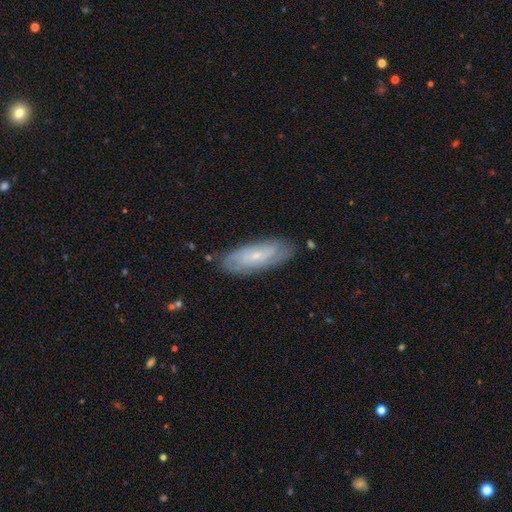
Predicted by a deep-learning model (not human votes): smooth-or-featured: featured or disk: 63% | smooth: 30% | star or artifact: 7%
  disk-edge-on: no: 82% | yes: 18%
    bar: no: 62% | weak: 30% | strong: 7%
    has-spiral-arms: yes: 82% | no: 18%
    bulge-size: small: 76% | moderate: 19% | none: 3% | large: 1% | dominant: 1%
  merging: none: 81% | minor disturbance: 14% | major disturbance: 3% | merger: 1%